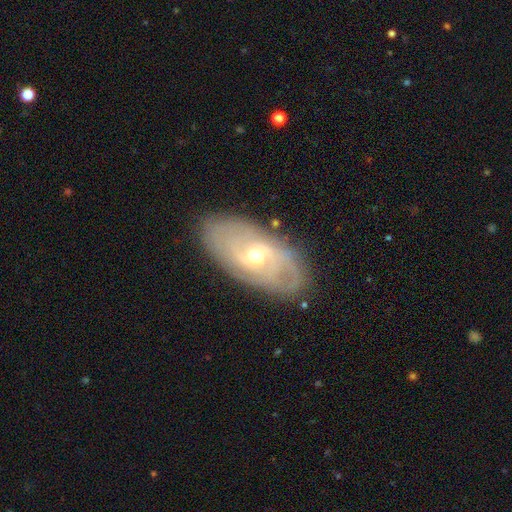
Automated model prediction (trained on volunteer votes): Smooth or featured? Predicted: featured or disk (p=0.79). Edge-on disk? Predicted: no (p=0.92). Bar? Predicted: no (p=0.51). Spiral arms? Predicted: yes (p=0.88). Spiral winding? Predicted: tight (p=0.59). Spiral arm count? Predicted: can't tell (p=0.38). Bulge size? Predicted: moderate (p=0.51). Merging? Predicted: none (p=0.81).